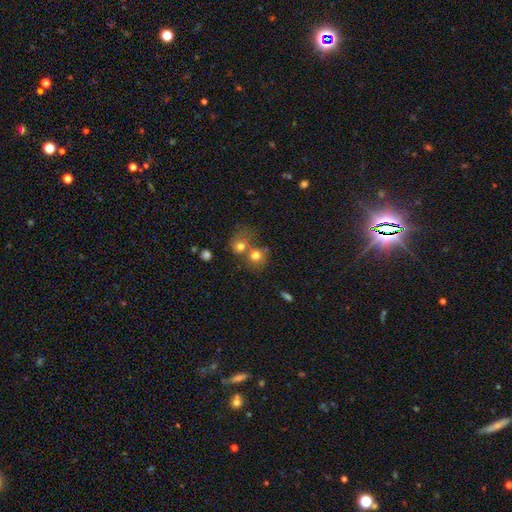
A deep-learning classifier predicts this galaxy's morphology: Overall: smooth (74%). How rounded: round (78%). Merging: merger (53%; none 34%).